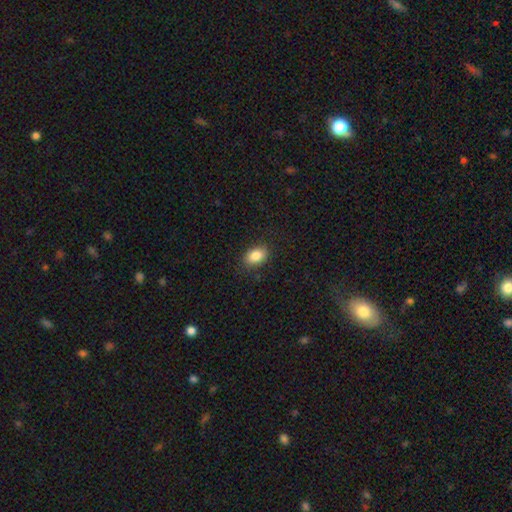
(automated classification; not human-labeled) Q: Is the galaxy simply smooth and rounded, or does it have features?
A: smooth — 86%.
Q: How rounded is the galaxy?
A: in between — 83%.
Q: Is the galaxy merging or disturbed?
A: none — 84%.